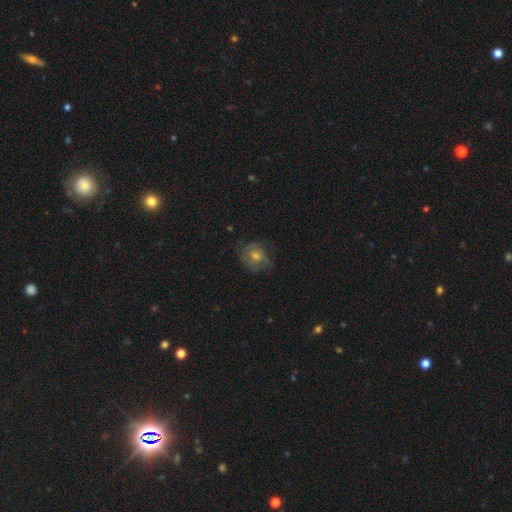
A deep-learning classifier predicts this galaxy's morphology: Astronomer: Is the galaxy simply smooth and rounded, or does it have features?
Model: featured or disk — 46% (runner-up: smooth, 39%).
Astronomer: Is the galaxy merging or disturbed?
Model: none — 68%.